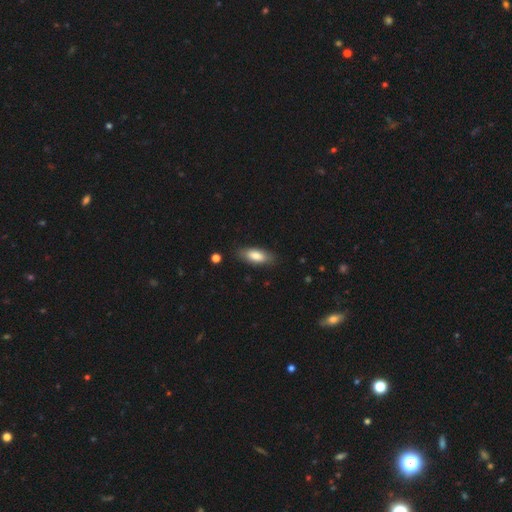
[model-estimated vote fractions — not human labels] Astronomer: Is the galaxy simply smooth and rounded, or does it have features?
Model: smooth — 81%.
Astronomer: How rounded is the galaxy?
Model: in between — 77%.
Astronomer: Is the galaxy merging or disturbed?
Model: none — 84%.